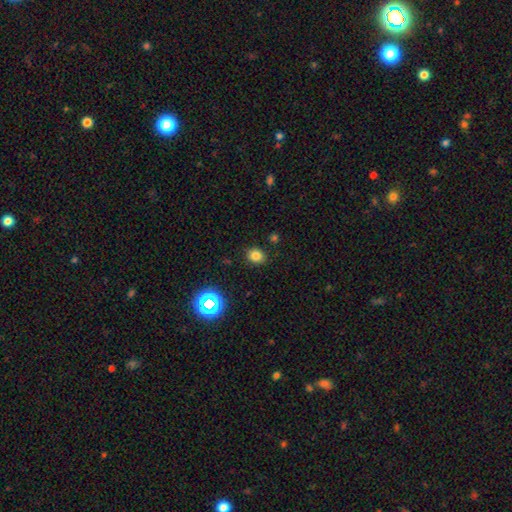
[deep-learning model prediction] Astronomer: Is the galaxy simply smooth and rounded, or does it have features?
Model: smooth — 78%.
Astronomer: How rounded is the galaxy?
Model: round — 62% (runner-up: in between, 37%).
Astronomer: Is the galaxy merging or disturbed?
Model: none — 87%.